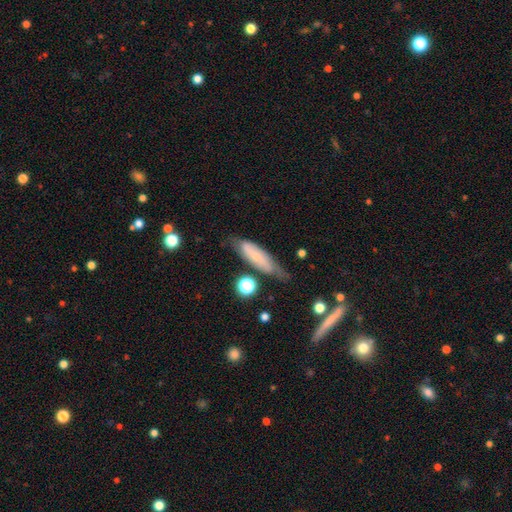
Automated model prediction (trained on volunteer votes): A smooth galaxy with no disk features (50%) that is cigar-shaped (58%). Merging: none (58%).